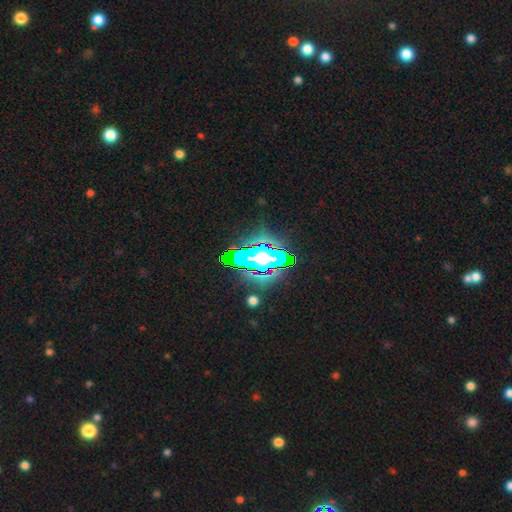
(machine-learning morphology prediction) Smooth or featured?
  - star or artifact: 81% *
  - smooth: 10%
  - featured or disk: 9%